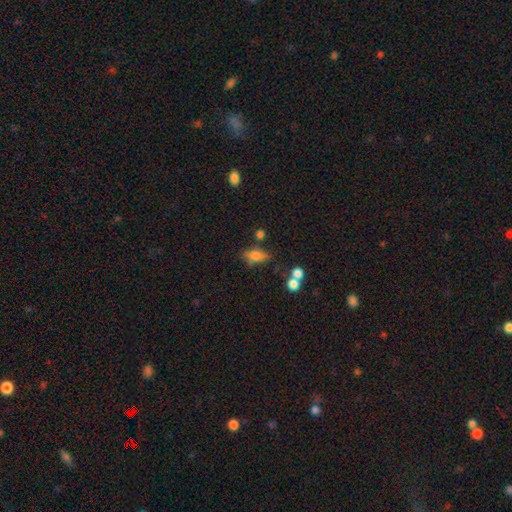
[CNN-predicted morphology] smooth 73%, featured or disk 16%, star or artifact 11%. Down the decision tree: how rounded — in between (79%); merging — none (64%).